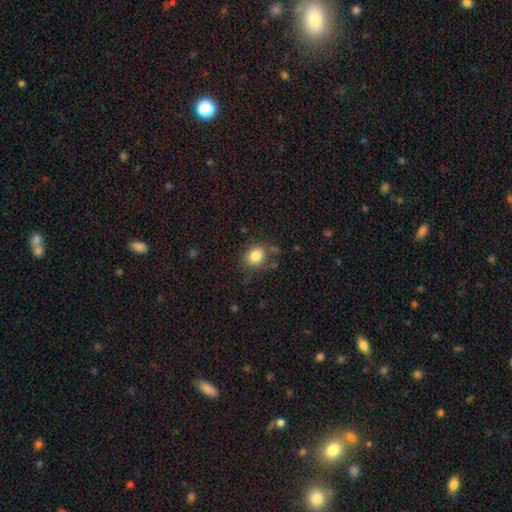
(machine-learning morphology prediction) Smooth or featured? smooth (84%)
How rounded? round (62%)
Merging? none (75%)